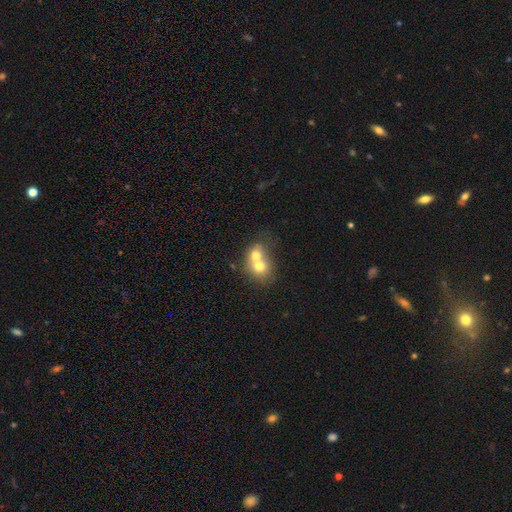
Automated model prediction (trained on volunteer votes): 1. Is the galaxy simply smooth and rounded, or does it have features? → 66% smooth, 25% featured or disk, 9% star or artifact.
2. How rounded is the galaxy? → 61% round, 38% in between, 1% cigar-shaped.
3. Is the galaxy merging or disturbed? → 76% merger, 17% none, 5% minor disturbance, 3% major disturbance.